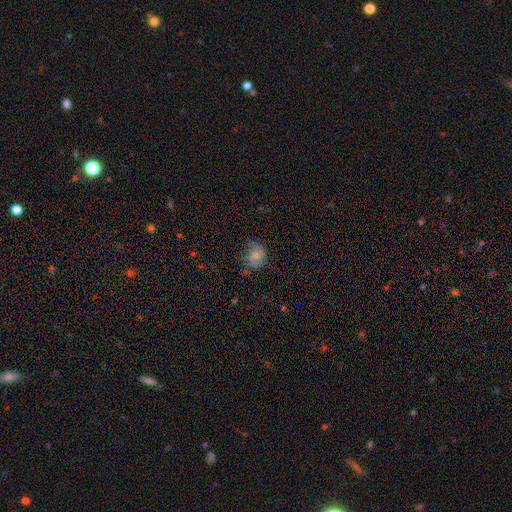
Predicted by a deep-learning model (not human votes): A smooth galaxy with no disk features (50%).

Vote fractions:
- Smooth or featured? smooth: 50% / featured or disk: 38% / star or artifact: 12%
- Merging? none: 57% / minor disturbance: 26% / major disturbance: 15% / merger: 2%